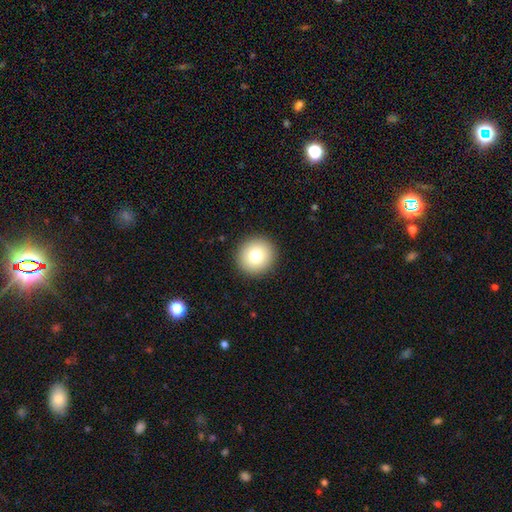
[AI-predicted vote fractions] A smooth galaxy with no disk features (78%) that is round (93%). Merging: none (92%).